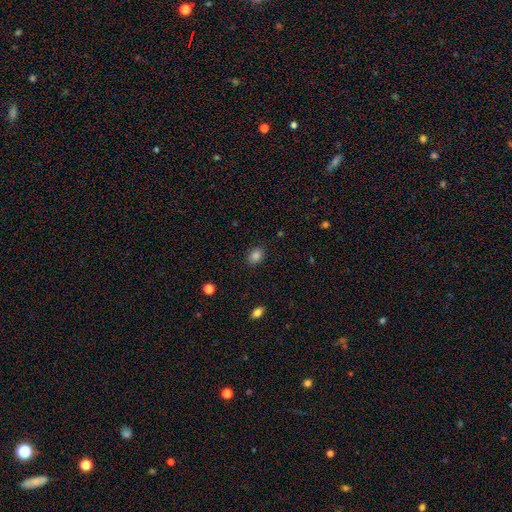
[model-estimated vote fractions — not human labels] Smooth or featured: smooth — 84% (star or artifact — 11%)
How rounded: in between — 68% (round — 31%)
Merging: none — 87% (minor disturbance — 9%)